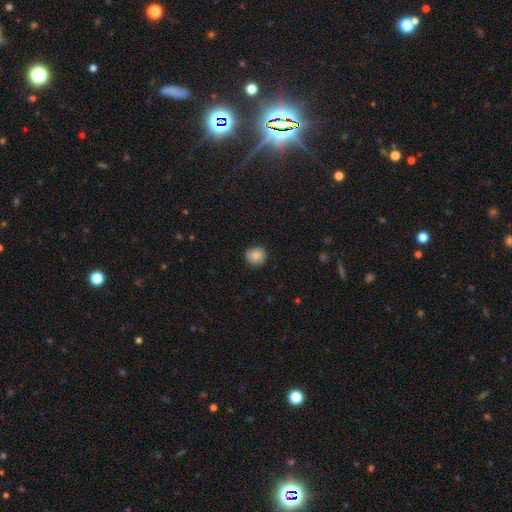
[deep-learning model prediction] The model was most divided on "merging": none: 82%, minor disturbance: 14%, major disturbance: 3%, merger: 1%. More confident: how rounded — round (90%); smooth or featured — smooth (83%).